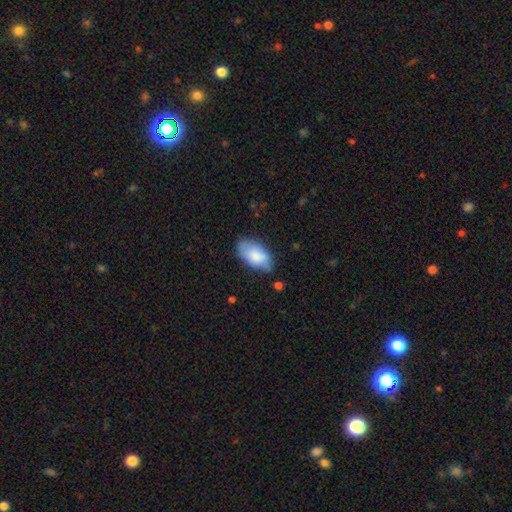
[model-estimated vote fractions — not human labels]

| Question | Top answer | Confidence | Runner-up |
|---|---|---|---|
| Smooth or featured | smooth | 81% | featured or disk (13%) |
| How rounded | in between | 95% | round (3%) |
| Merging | none | 68% | minor disturbance (24%) |